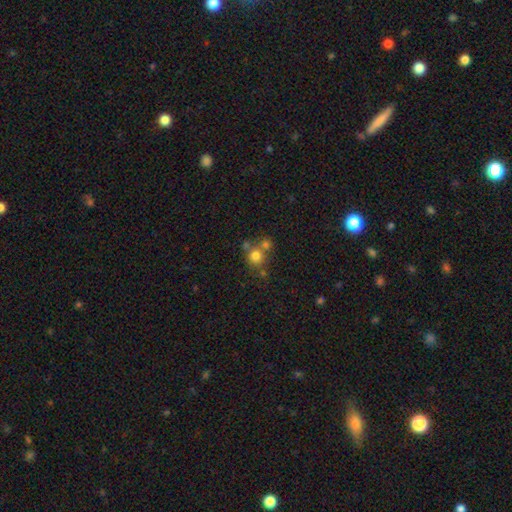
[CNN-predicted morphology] smooth 74%, star or artifact 14%, featured or disk 11%. Down the decision tree: how rounded — round (88%); merging — none (54%).